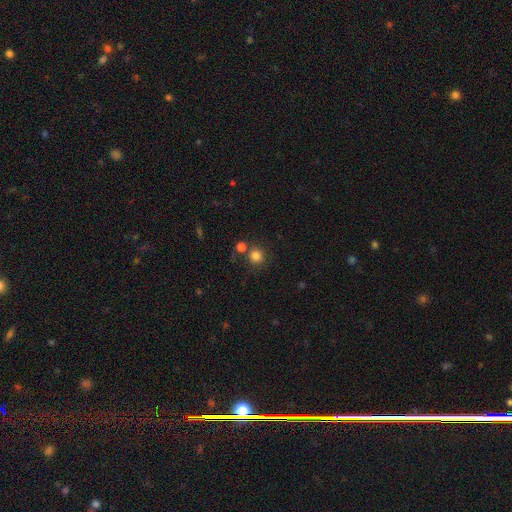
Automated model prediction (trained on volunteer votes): smooth_or_featured: smooth (p=0.82) [alt: star or artifact p=0.13]
how_rounded: round (p=0.92) [alt: in between p=0.07]
merging: none (p=0.77) [alt: merger p=0.12]